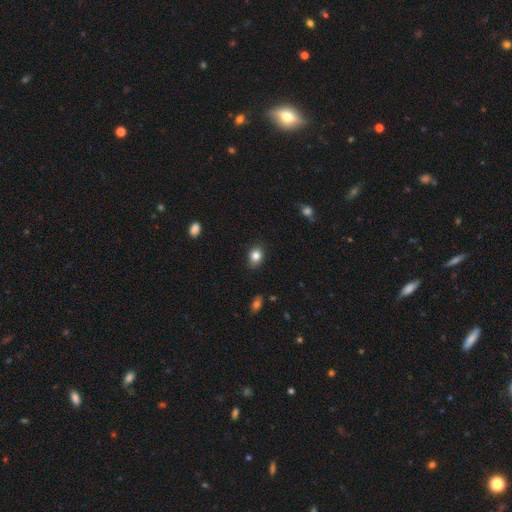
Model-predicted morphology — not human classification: Smooth or featured: smooth — 82% (star or artifact — 10%)
How rounded: in between — 60% (round — 39%)
Merging: none — 85% (minor disturbance — 12%)